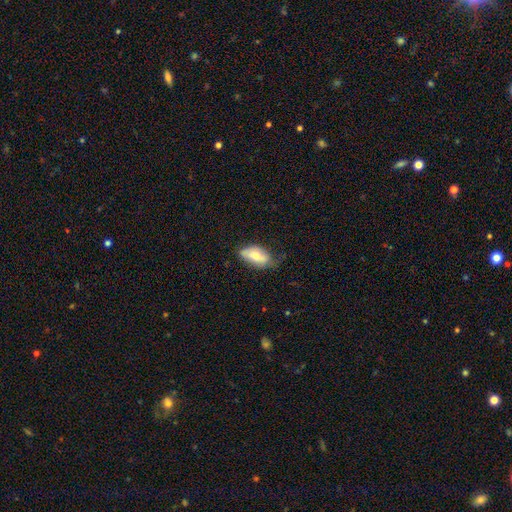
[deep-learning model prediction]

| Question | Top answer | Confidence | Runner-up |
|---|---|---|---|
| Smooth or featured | smooth | 68% | featured or disk (25%) |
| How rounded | in between | 91% | cigar-shaped (5%) |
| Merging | none | 58% | minor disturbance (32%) |